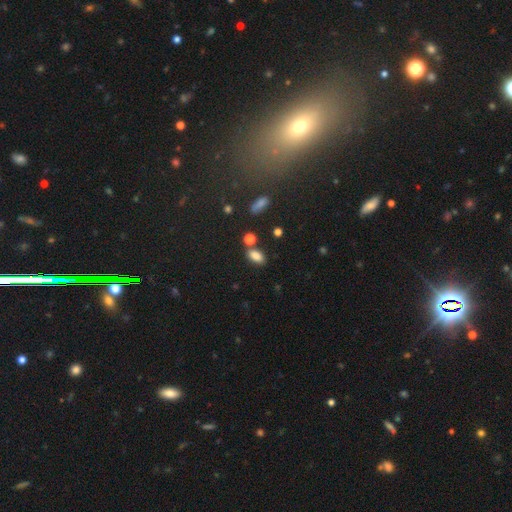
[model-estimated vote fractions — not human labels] Smooth or featured?
  - smooth: 84% *
  - star or artifact: 11%
  - featured or disk: 6%
How rounded?
  - in between: 88% *
  - round: 7%
  - cigar-shaped: 5%
Merging?
  - none: 72% *
  - minor disturbance: 12%
  - merger: 12%
  - major disturbance: 4%